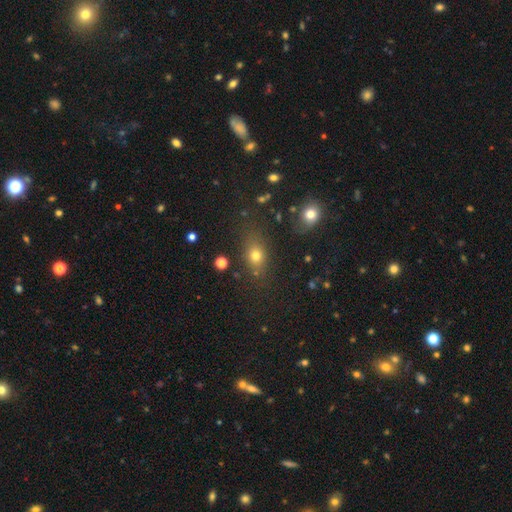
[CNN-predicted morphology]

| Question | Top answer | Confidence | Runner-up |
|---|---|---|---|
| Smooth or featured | smooth | 70% | star or artifact (19%) |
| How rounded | in between | 56% | round (38%) |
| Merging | none | 75% | minor disturbance (14%) |